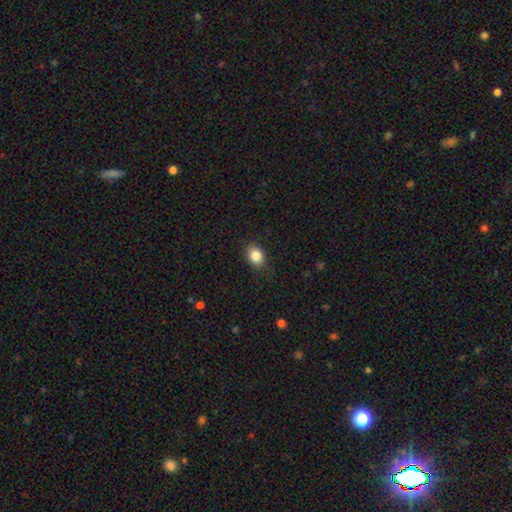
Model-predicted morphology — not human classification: Overall: smooth (85%). How rounded: in between (52%; round 47%). Merging: none (84%).